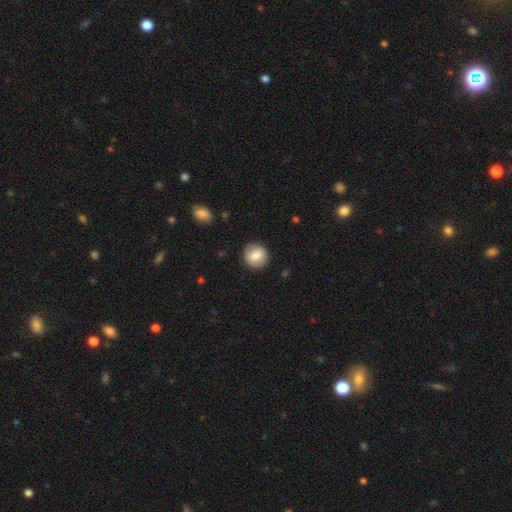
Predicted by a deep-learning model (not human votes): Q: Smooth or featured?
A: smooth (77%); runner-up: featured or disk (16%)
Q: How rounded?
A: round (90%); runner-up: in between (9%)
Q: Merging?
A: none (88%); runner-up: minor disturbance (9%)